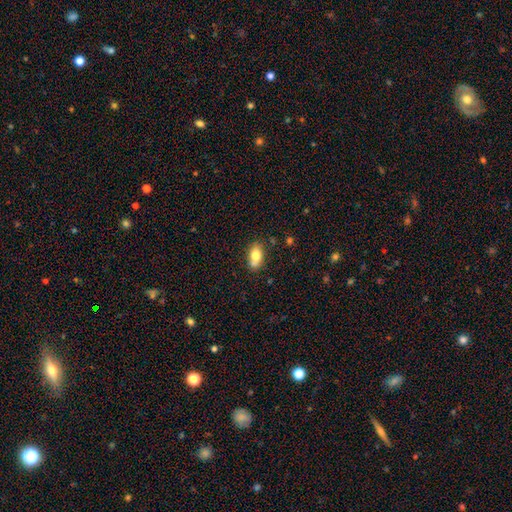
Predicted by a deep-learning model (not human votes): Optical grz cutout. It shows a smooth galaxy with no disk features (76%) that is in between round and cigar-shaped (87%). Merging: none (70%).